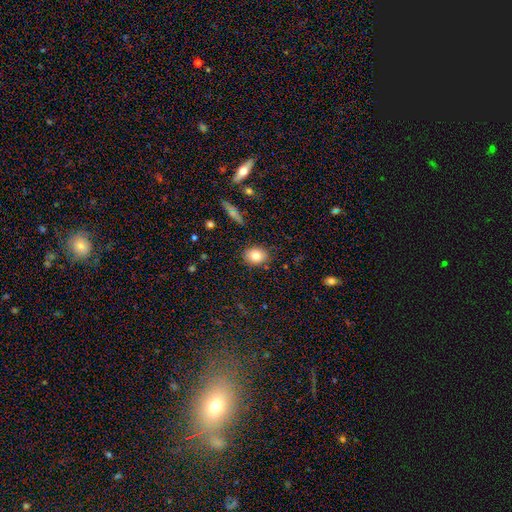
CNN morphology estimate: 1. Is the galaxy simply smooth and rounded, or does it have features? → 80% smooth, 11% featured or disk, 9% star or artifact.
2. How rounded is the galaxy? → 50% in between, 49% round, 1% cigar-shaped.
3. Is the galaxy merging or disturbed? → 86% none, 10% minor disturbance, 2% major disturbance, 2% merger.